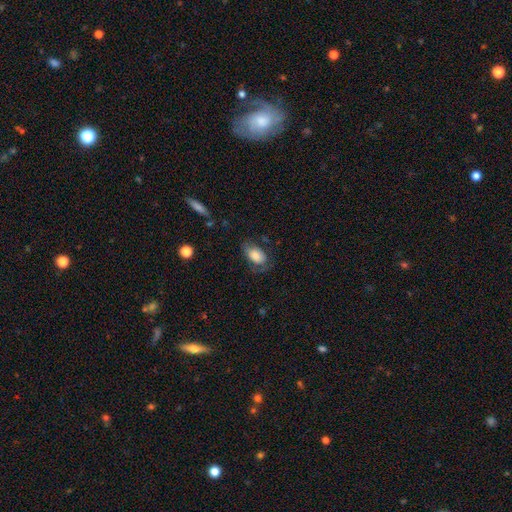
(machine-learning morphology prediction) smooth_or_featured: smooth (p=0.74) [alt: featured or disk p=0.19]
how_rounded: in between (p=0.90) [alt: round p=0.08]
merging: none (p=0.55) [alt: minor disturbance p=0.26]